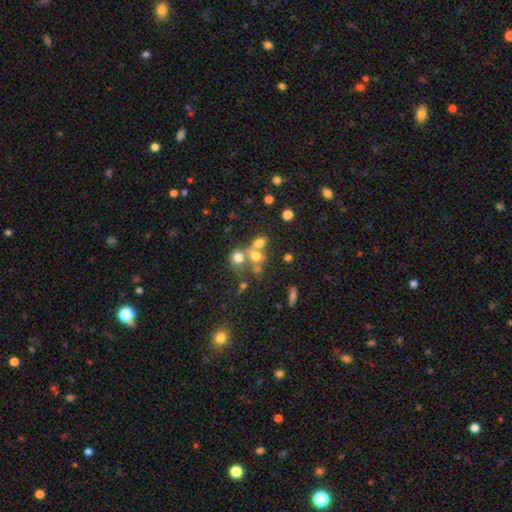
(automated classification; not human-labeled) This appears to be a smooth galaxy with no disk features (64%) that is round (61%). Merging: merger (48%).